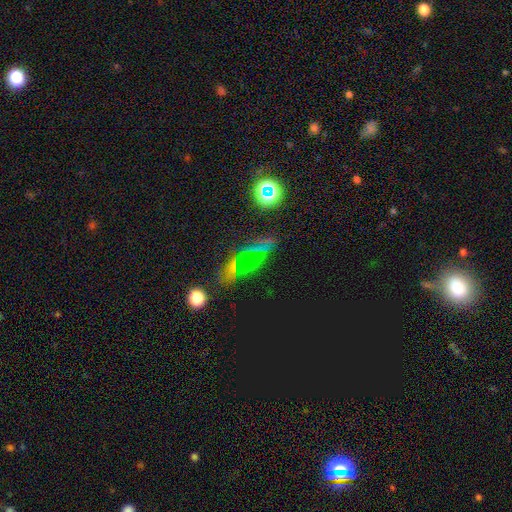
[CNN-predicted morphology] Smooth or featured? star or artifact (49%)